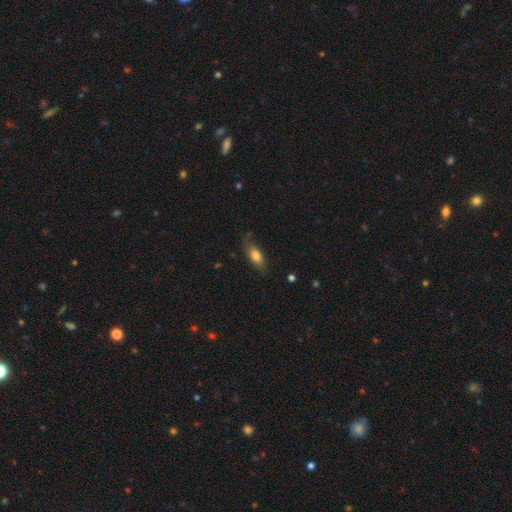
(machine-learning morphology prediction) Overall: smooth (76%). How rounded: in between (81%). Merging: none (67%).